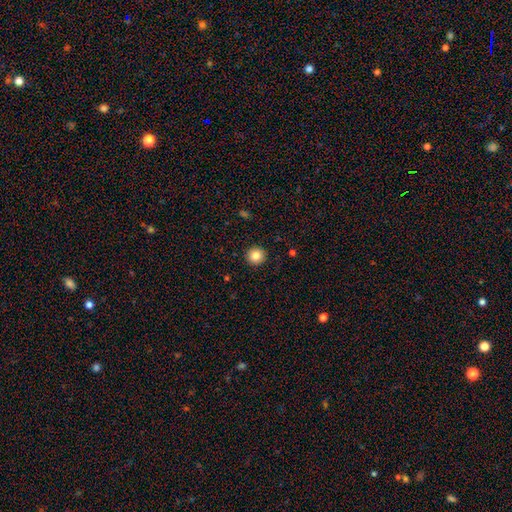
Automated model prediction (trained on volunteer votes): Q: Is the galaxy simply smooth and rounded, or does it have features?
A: smooth — 84%.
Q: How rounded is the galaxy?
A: round — 94%.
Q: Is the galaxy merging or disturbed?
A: none — 93%.